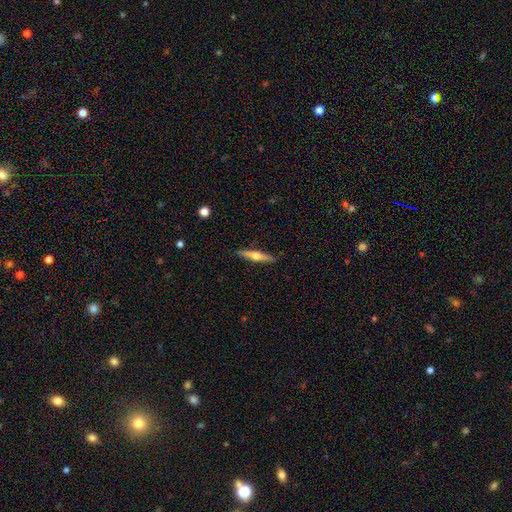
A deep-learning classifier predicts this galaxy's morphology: This appears to be a featured or disk galaxy (52%) viewed edge-on (93%). Merging: none (89%).